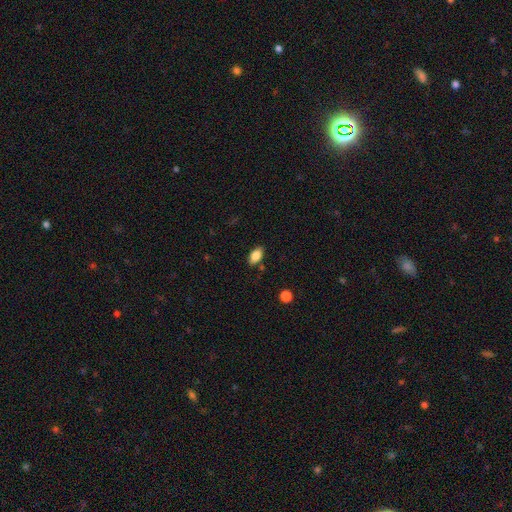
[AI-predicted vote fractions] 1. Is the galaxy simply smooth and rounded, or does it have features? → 85% smooth, 8% star or artifact, 7% featured or disk.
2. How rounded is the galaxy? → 92% in between, 5% round, 3% cigar-shaped.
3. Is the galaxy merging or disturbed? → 82% none, 12% minor disturbance, 3% merger, 3% major disturbance.